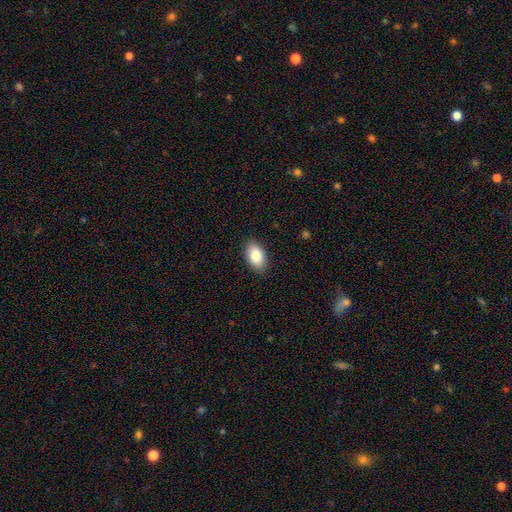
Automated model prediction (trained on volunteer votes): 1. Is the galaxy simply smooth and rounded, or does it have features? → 86% smooth, 8% featured or disk, 7% star or artifact.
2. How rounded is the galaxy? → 93% in between, 6% round, 2% cigar-shaped.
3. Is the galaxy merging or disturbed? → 88% none, 9% minor disturbance, 2% major disturbance, 1% merger.